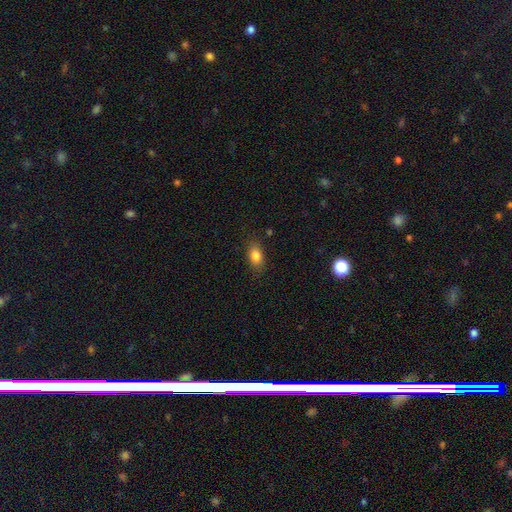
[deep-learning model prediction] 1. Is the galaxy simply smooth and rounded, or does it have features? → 83% smooth, 9% star or artifact, 8% featured or disk.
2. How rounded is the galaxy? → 84% in between, 12% round, 4% cigar-shaped.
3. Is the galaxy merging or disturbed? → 84% none, 12% minor disturbance, 3% major disturbance, 1% merger.